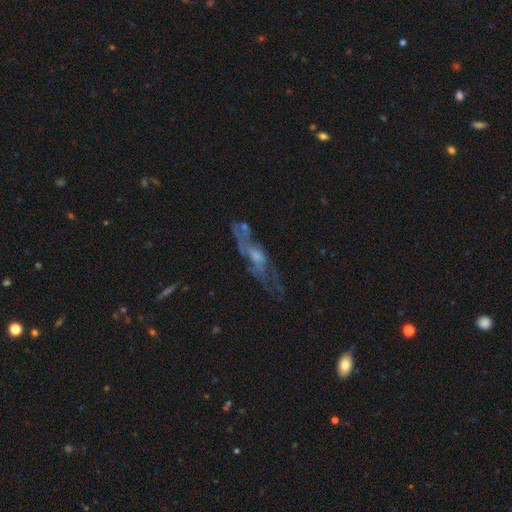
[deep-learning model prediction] Q: Smooth or featured?
A: featured or disk (63%); runner-up: smooth (22%)
Q: Edge-on disk?
A: no (53%); runner-up: yes (47%)
Q: Merging?
A: none (57%); runner-up: minor disturbance (21%)